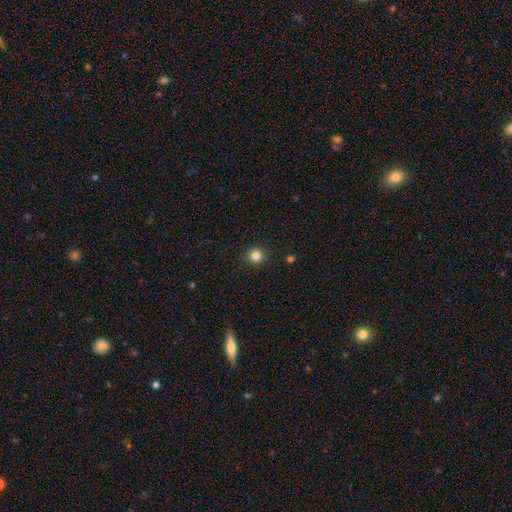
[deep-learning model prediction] Morphology: type=smooth (83%); roundness=round (93%); merging=none (92%).